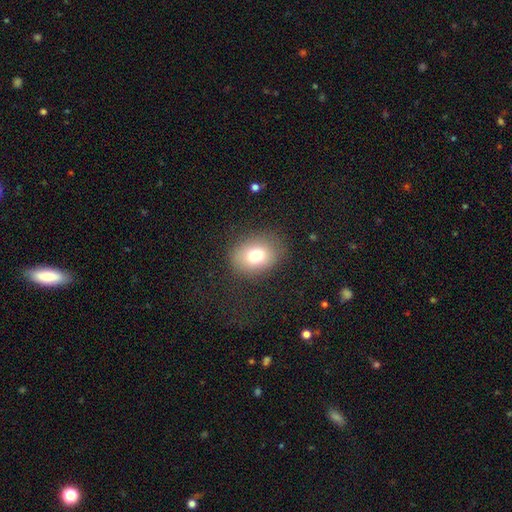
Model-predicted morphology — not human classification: Q: Smooth or featured?
A: smooth (76%); runner-up: featured or disk (13%)
Q: How rounded?
A: in between (58%); runner-up: round (41%)
Q: Merging?
A: none (82%); runner-up: minor disturbance (11%)